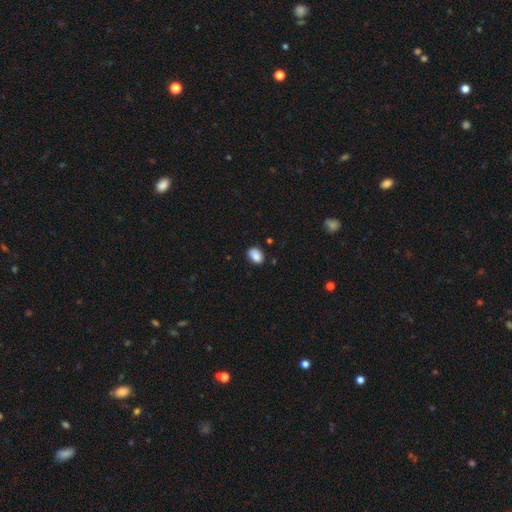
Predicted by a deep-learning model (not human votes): A smooth galaxy with no disk features (87%) that is in between round and cigar-shaped (79%). Merging: none (81%).